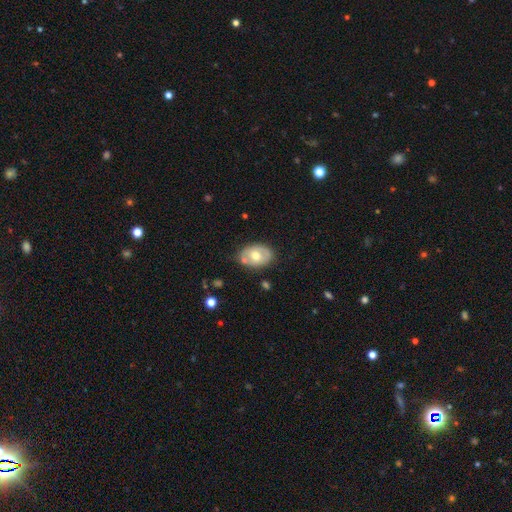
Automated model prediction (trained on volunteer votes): A smooth galaxy with no disk features (52%) that is in between round and cigar-shaped (77%). Merging: none (71%).